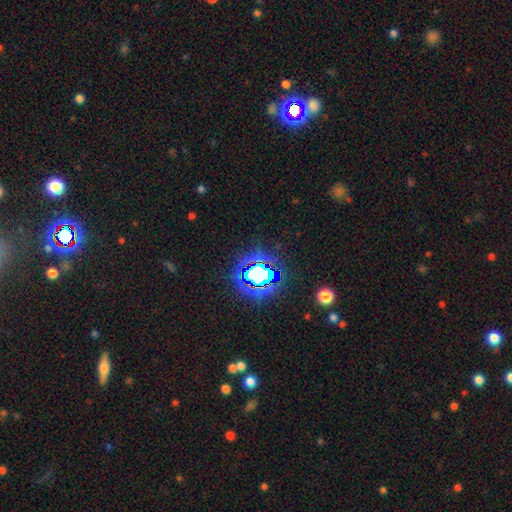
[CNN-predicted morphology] Overall: star or artifact (81%).